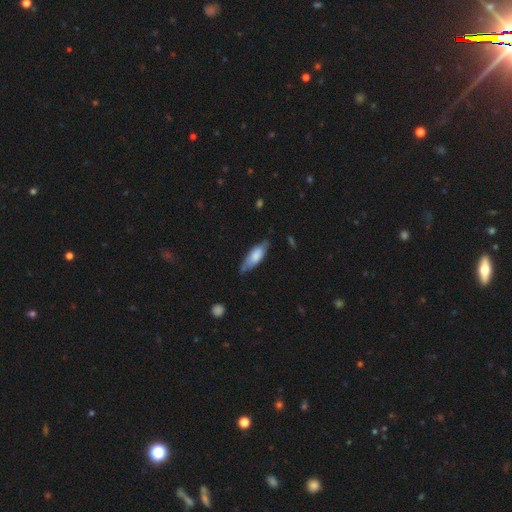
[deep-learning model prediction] Smooth or featured?
  - smooth: 66% *
  - featured or disk: 28%
  - star or artifact: 6%
How rounded?
  - in between: 59% *
  - cigar-shaped: 39%
  - round: 2%
Merging?
  - none: 69% *
  - minor disturbance: 25%
  - major disturbance: 5%
  - merger: 2%